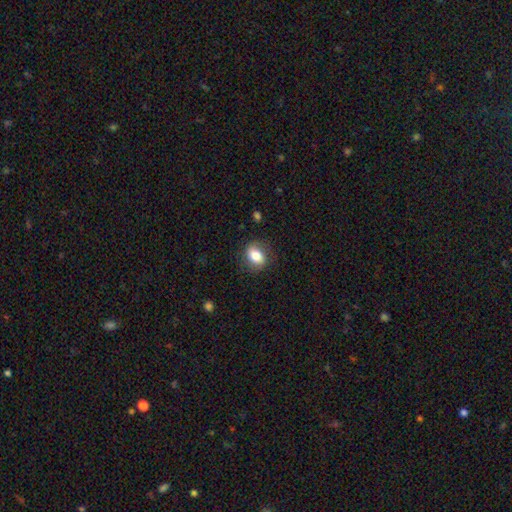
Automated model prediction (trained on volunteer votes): Smooth or featured? smooth (77%)
How rounded? in between (68%)
Merging? none (80%)